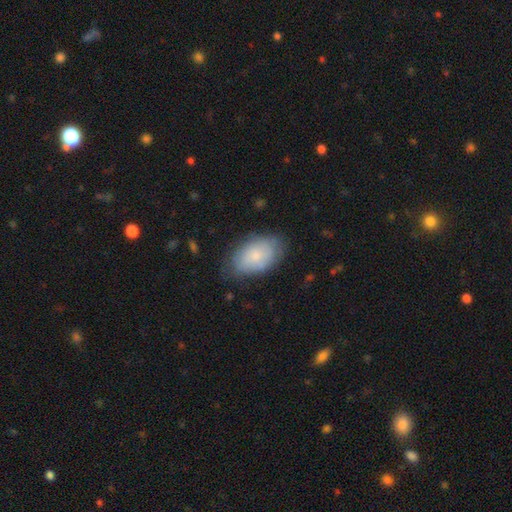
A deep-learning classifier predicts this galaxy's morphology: smooth_or_featured: smooth (p=0.70) [alt: featured or disk p=0.23]
how_rounded: in between (p=0.91) [alt: round p=0.08]
merging: none (p=0.72) [alt: minor disturbance p=0.21]